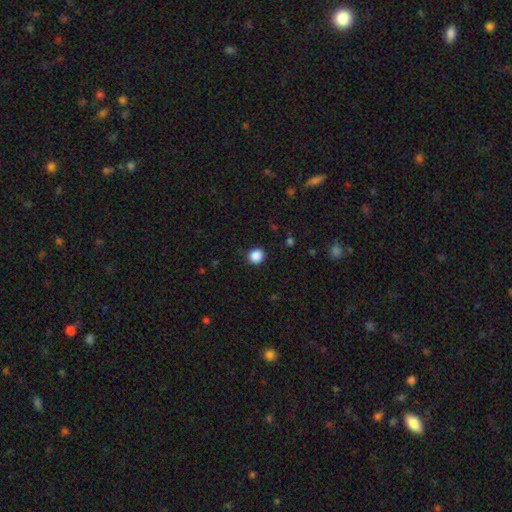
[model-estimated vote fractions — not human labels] A smooth galaxy with no disk features (87%) that is round (89%). Merging: none (89%).